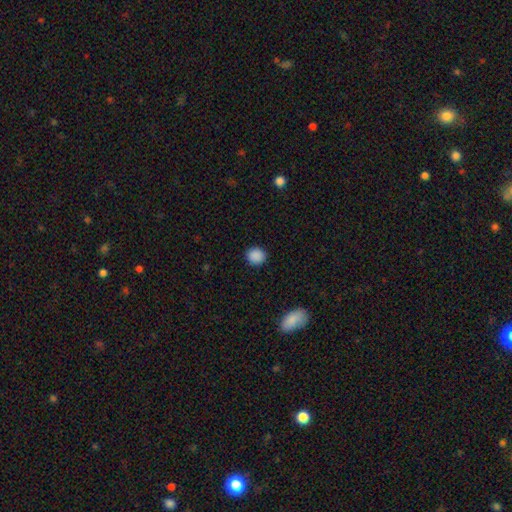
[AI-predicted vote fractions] Smooth or featured?
  - smooth: 88% *
  - star or artifact: 9%
  - featured or disk: 3%
How rounded?
  - round: 83% *
  - in between: 16%
  - cigar-shaped: 1%
Merging?
  - none: 90% *
  - minor disturbance: 7%
  - major disturbance: 2%
  - merger: 1%